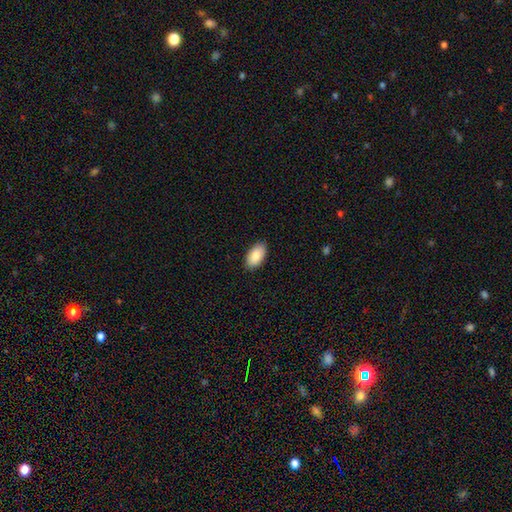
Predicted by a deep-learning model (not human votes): A smooth galaxy with no disk features (89%) that is in between round and cigar-shaped (96%).

Vote fractions:
- Smooth or featured? smooth: 89% / star or artifact: 6% / featured or disk: 5%
- How rounded? in between: 96% / round: 2% / cigar-shaped: 2%
- Merging? none: 89% / minor disturbance: 8% / major disturbance: 2% / merger: 1%